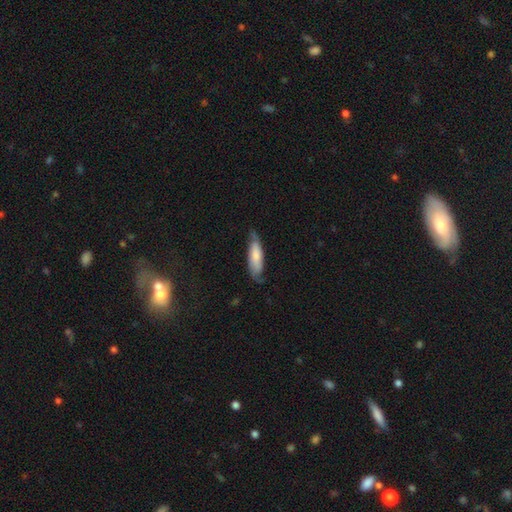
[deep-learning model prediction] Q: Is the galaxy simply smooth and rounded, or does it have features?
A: smooth — 63%.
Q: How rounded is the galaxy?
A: cigar-shaped — 50%.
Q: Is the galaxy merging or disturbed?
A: none — 60%.